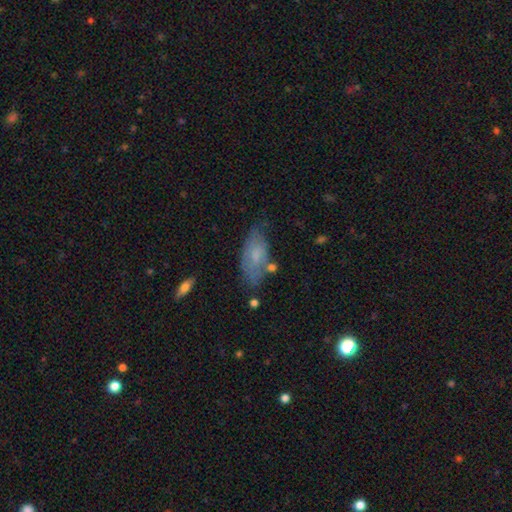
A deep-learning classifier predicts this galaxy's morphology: A smooth galaxy with no disk features (59%) that is in between round and cigar-shaped (87%). Merging: none (56%).